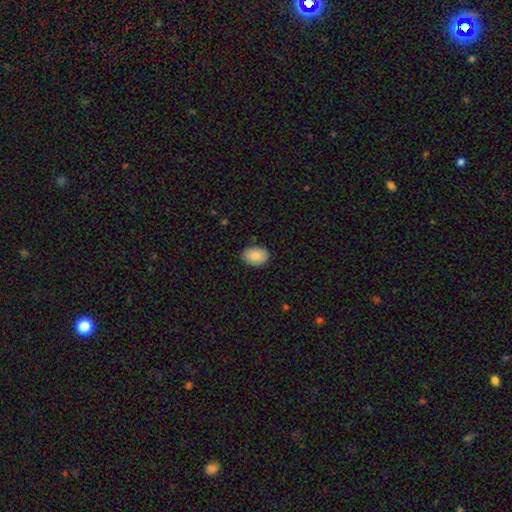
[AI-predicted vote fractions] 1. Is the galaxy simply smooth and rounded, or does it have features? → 88% smooth, 7% star or artifact, 5% featured or disk.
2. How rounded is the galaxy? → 81% in between, 18% round, 1% cigar-shaped.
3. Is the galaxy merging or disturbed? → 86% none, 11% minor disturbance, 2% major disturbance, 1% merger.